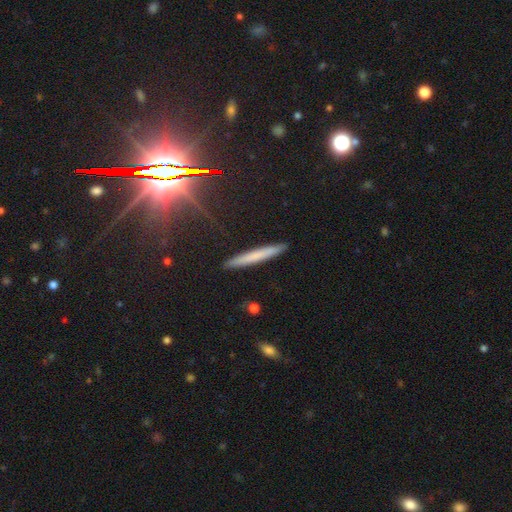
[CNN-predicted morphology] Smooth or featured? Predicted: smooth (p=0.62). How rounded? Predicted: cigar-shaped (p=0.96). Merging? Predicted: none (p=0.91).